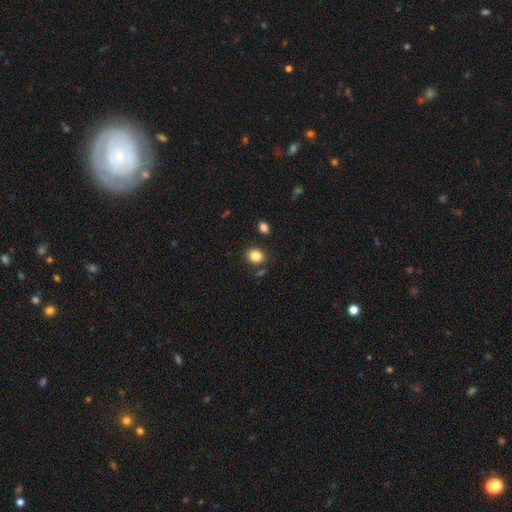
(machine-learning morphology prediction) Smooth or featured? smooth (85%)
How rounded? round (59%)
Merging? none (82%)